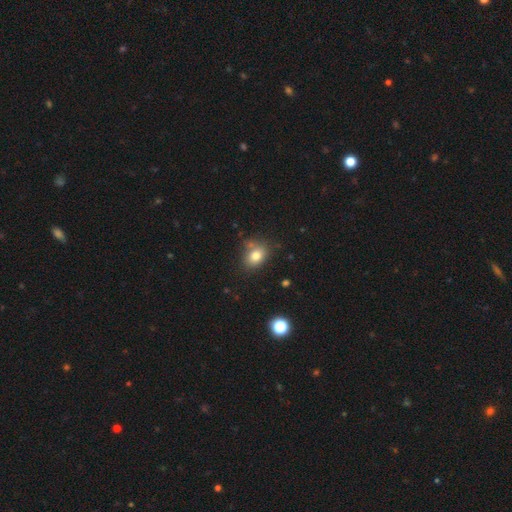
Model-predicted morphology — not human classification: Smooth or featured?
  - smooth: 80% *
  - star or artifact: 11%
  - featured or disk: 9%
How rounded?
  - in between: 62% *
  - round: 37%
  - cigar-shaped: 1%
Merging?
  - none: 73% *
  - minor disturbance: 16%
  - merger: 7%
  - major disturbance: 4%